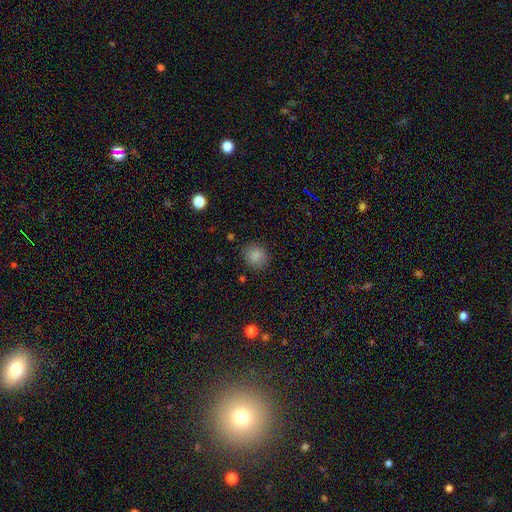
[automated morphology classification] This appears to be a smooth galaxy with no disk features (86%) that is round (80%). Merging: none (86%).